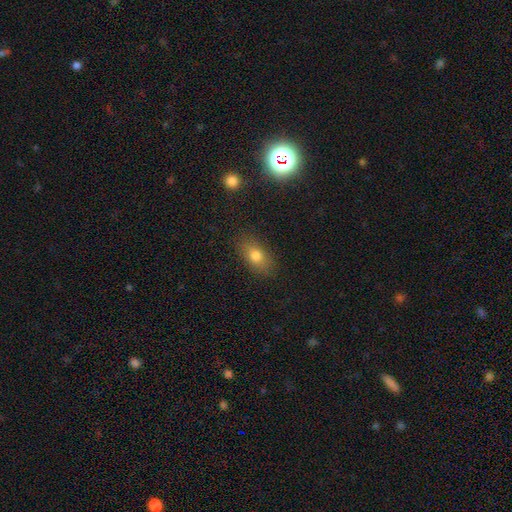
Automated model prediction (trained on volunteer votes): Smooth or featured? smooth (77%)
How rounded? in between (82%)
Merging? none (84%)